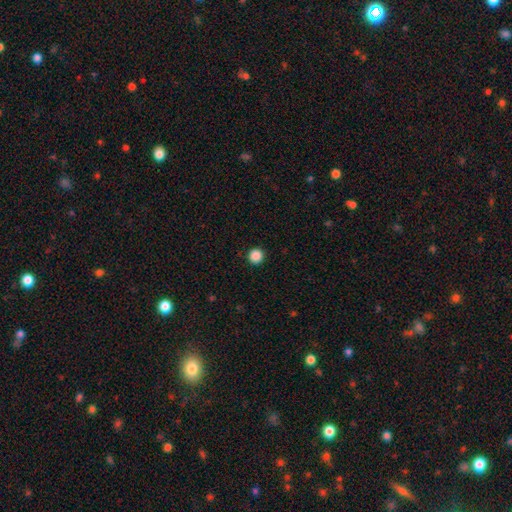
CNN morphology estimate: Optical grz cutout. It shows a smooth galaxy with no disk features (88%) that is round (96%). Merging: none (93%).